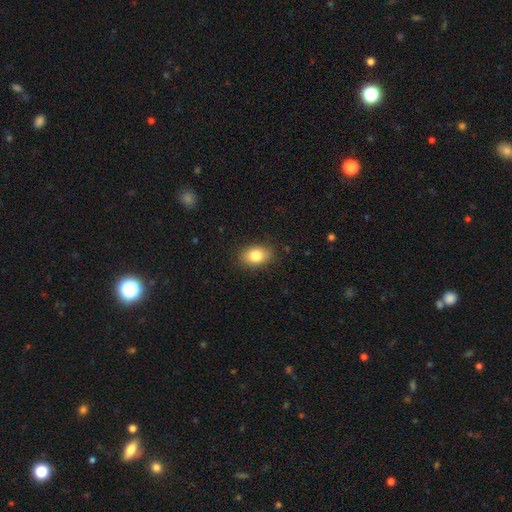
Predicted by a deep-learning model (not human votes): Overall: smooth (83%). How rounded: in between (77%). Merging: none (86%).